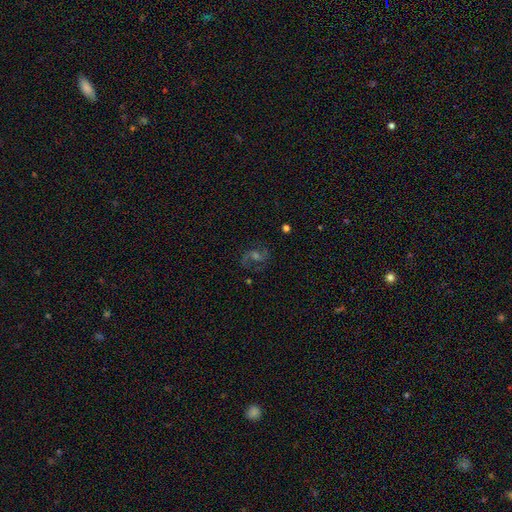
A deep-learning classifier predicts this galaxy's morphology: The model was most divided on "bar": weak: 46%, no: 41%, strong: 12%. Remaining: edge-on disk — no (97%); spiral arms — yes (94%); spiral arm count — 2 (86%); merging — none (76%); smooth or featured — featured or disk (73%); spiral winding — medium (54%); bulge size — moderate (47%).